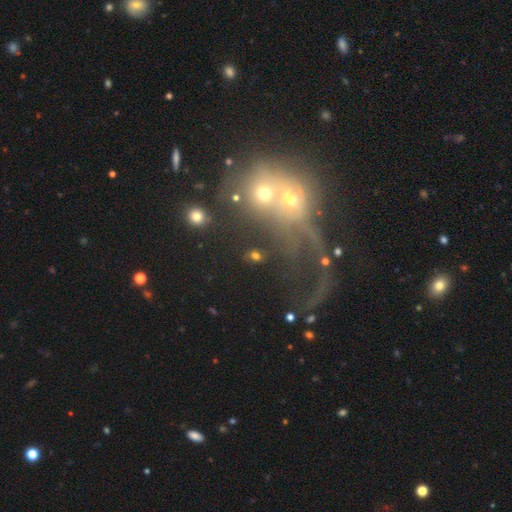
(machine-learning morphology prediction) This appears to be a smooth galaxy with no disk features (46%). Merging: none (39%).